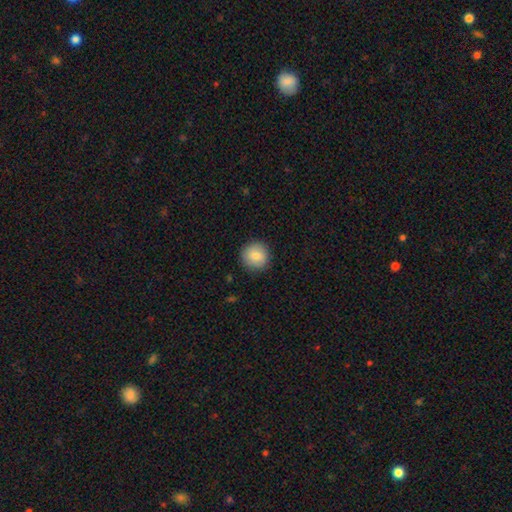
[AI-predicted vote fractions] The model was most divided on "smooth or featured": smooth: 84%, featured or disk: 9%, star or artifact: 8%. More confident: how rounded — round (93%); merging — none (90%).